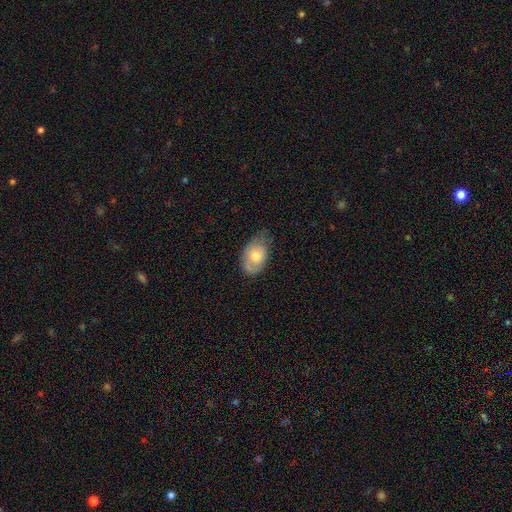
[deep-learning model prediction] Smooth or featured? smooth (72%)
How rounded? in between (90%)
Merging? none (53%)